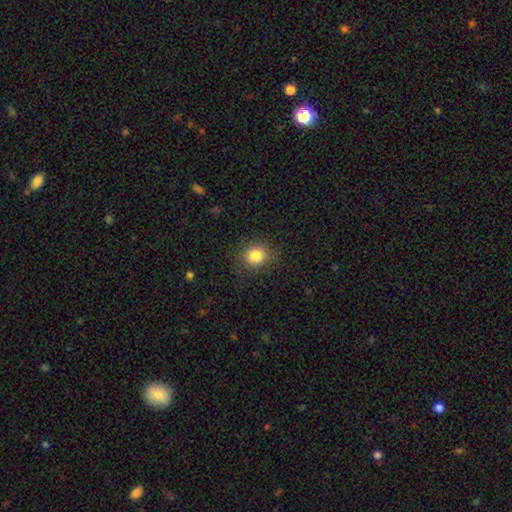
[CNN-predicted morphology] smooth_or_featured: smooth (p=0.83) [alt: star or artifact p=0.11]
how_rounded: round (p=0.77) [alt: in between p=0.22]
merging: none (p=0.88) [alt: minor disturbance p=0.08]